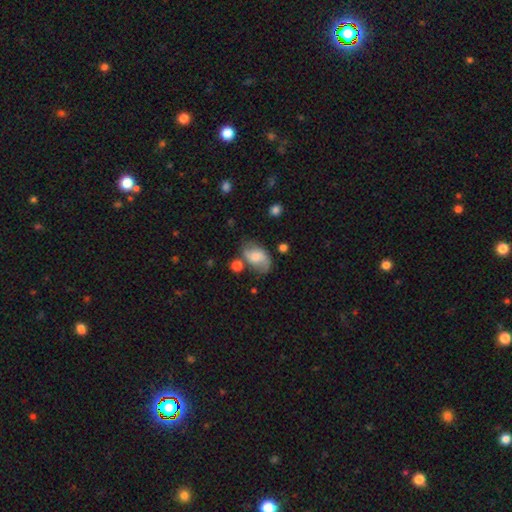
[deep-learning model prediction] Smooth or featured: featured or disk — 47% (smooth — 45%)
Merging: none — 58% (minor disturbance — 24%)